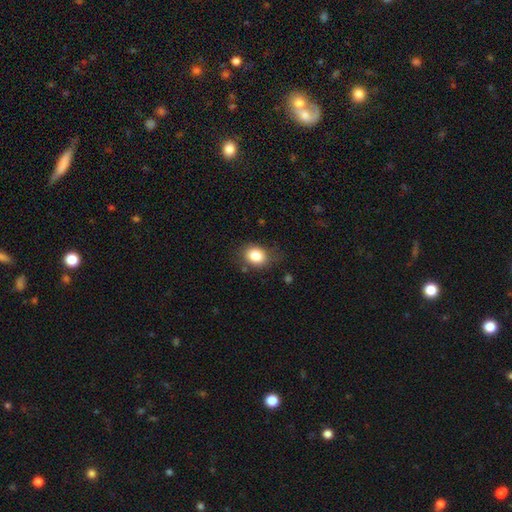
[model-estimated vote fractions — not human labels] smooth 82%, star or artifact 10%, featured or disk 8%. Down the decision tree: how rounded — round (55%); merging — none (73%).